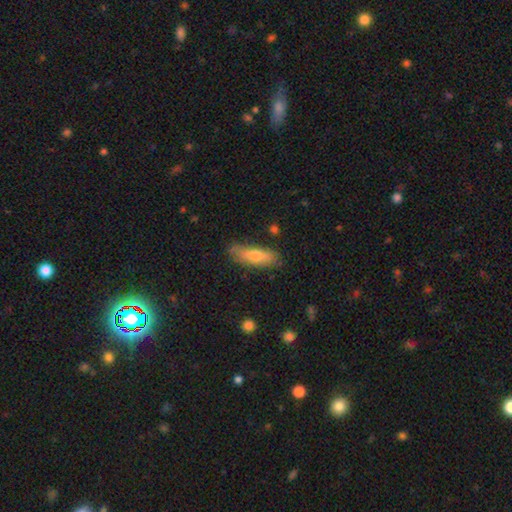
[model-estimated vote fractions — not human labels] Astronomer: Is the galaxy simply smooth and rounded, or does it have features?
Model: smooth — 71%.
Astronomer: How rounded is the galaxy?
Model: cigar-shaped — 50% (runner-up: in between, 48%).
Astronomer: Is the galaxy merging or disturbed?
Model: none — 72%.